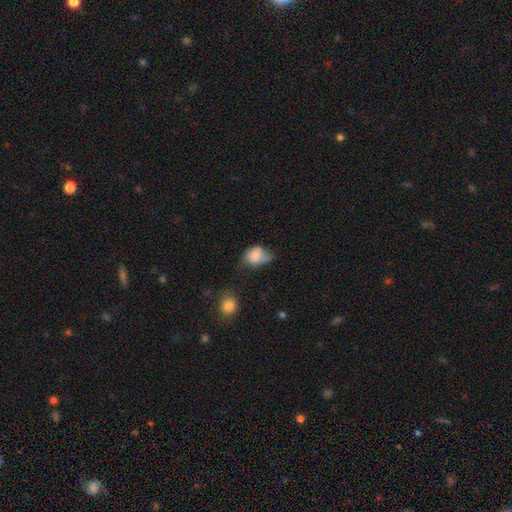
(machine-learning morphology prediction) A smooth galaxy with no disk features (78%) that is in between round and cigar-shaped (71%). Merging: minor disturbance (39%).